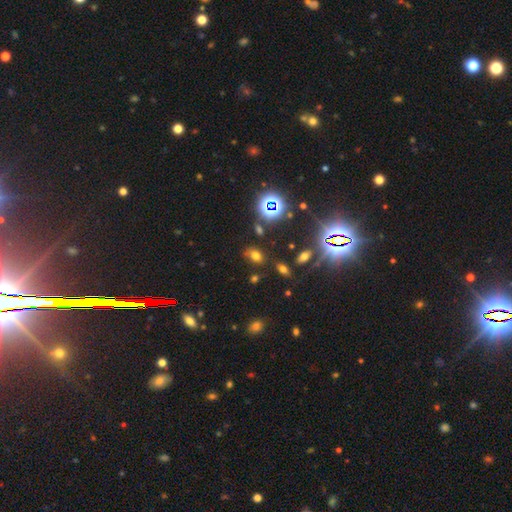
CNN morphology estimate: Smooth or featured? Predicted: smooth (p=0.59). How rounded? Predicted: in between (p=0.74). Merging? Predicted: none (p=0.76).